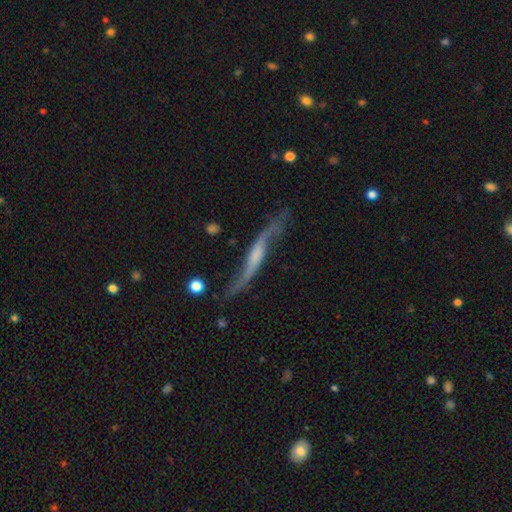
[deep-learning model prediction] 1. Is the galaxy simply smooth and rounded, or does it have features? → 81% featured or disk, 13% smooth, 6% star or artifact.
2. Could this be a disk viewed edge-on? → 55% no, 45% yes.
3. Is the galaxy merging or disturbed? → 60% none, 23% minor disturbance, 12% major disturbance, 5% merger.